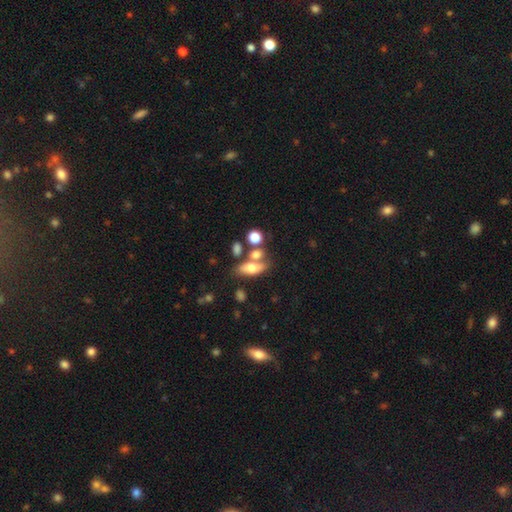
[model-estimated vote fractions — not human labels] A smooth galaxy with no disk features (57%) that is in between round and cigar-shaped (65%).

Vote fractions:
- Smooth or featured? smooth: 57% / featured or disk: 29% / star or artifact: 14%
- How rounded? in between: 65% / cigar-shaped: 18% / round: 17%
- Merging? none: 50% / merger: 29% / minor disturbance: 14% / major disturbance: 7%